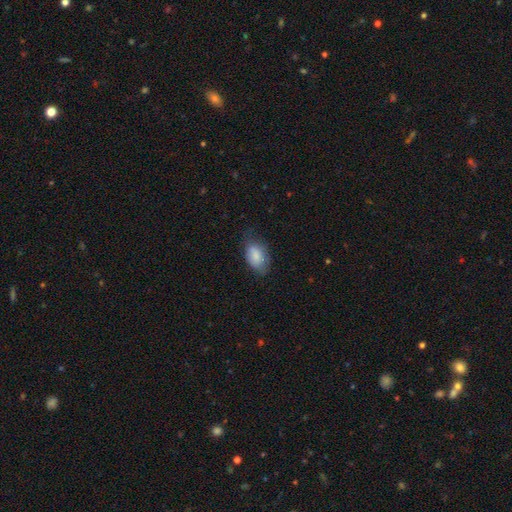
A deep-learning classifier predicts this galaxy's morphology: smooth_or_featured: smooth (p=0.83) [alt: featured or disk p=0.10]
how_rounded: in between (p=0.91) [alt: round p=0.07]
merging: none (p=0.60) [alt: minor disturbance p=0.29]